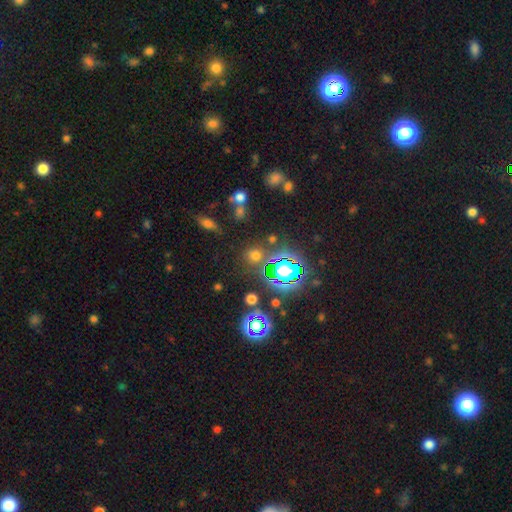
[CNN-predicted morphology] smooth 50%, star or artifact 42%, featured or disk 8%. Down the decision tree: how rounded — round (78%); merging — none (77%).